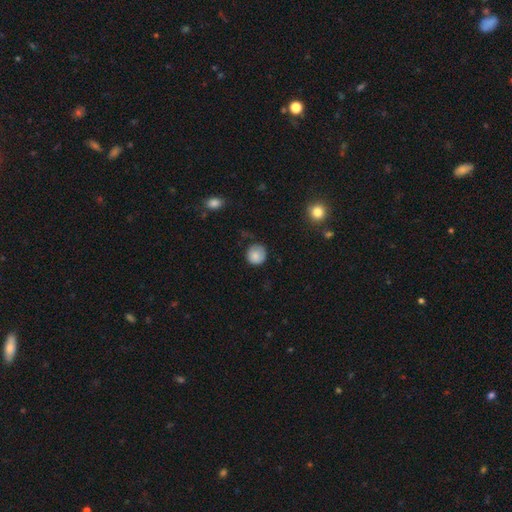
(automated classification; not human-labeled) This is clearly a smooth galaxy (81%). How rounded: clearly round (90%). Merging: likely none (72%).